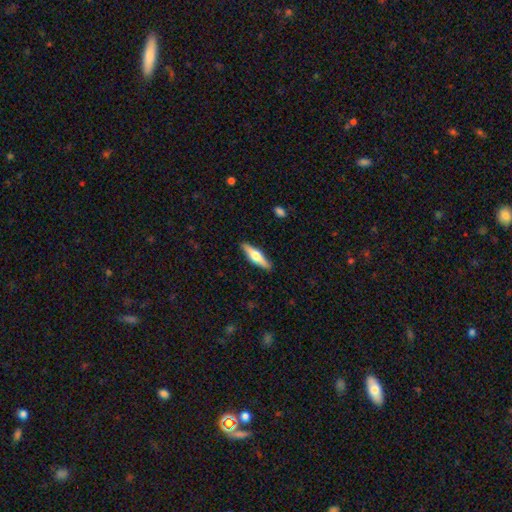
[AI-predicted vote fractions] smooth-or-featured: featured or disk: 50% | smooth: 45% | star or artifact: 5%
  merging: none: 90% | minor disturbance: 7% | major disturbance: 2% | merger: 1%